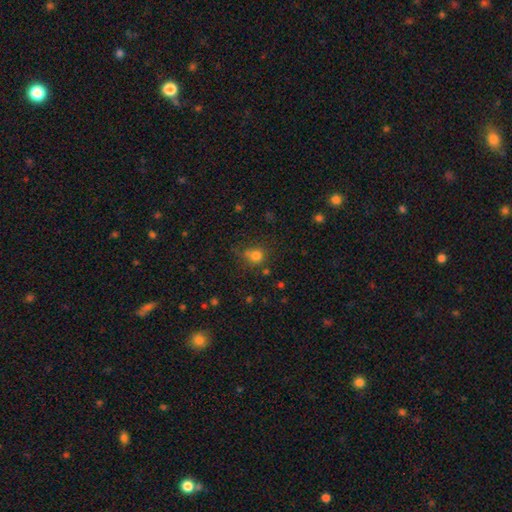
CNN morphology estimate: A smooth galaxy with no disk features (78%) that is round (82%). Merging: none (65%).